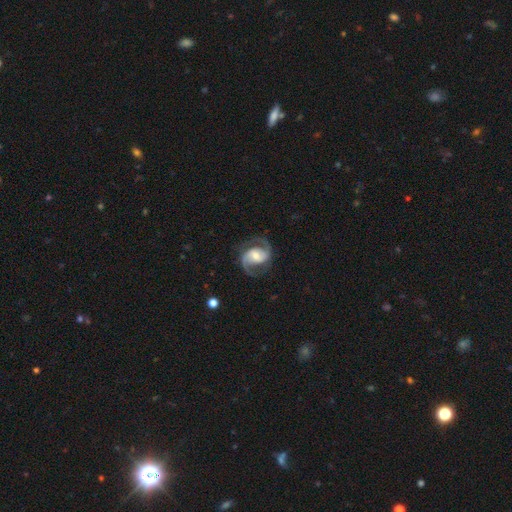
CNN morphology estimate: Q: Smooth or featured?
A: featured or disk (91%); runner-up: smooth (5%)
Q: Edge-on disk?
A: no (98%); runner-up: yes (2%)
Q: Bar?
A: weak (43%); runner-up: no (34%)
Q: Spiral arms?
A: yes (98%); runner-up: no (2%)
Q: Spiral winding?
A: medium (59%); runner-up: loose (24%)
Q: Spiral arm count?
A: 2 (94%); runner-up: can't tell (2%)
Q: Bulge size?
A: moderate (57%); runner-up: small (32%)
Q: Merging?
A: none (80%); runner-up: minor disturbance (13%)